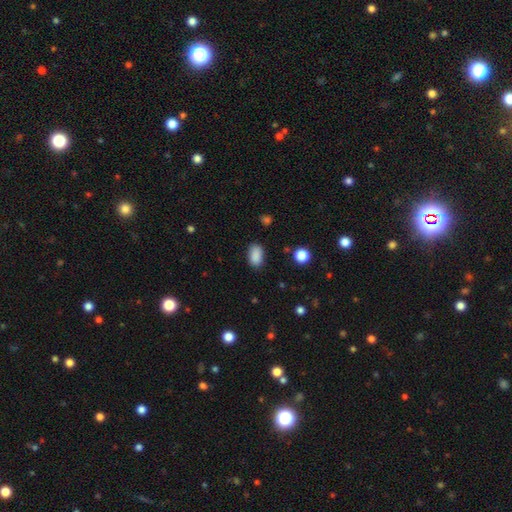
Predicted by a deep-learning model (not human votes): smooth 87%, star or artifact 9%, featured or disk 3%. Down the decision tree: how rounded — in between (89%); merging — none (80%).